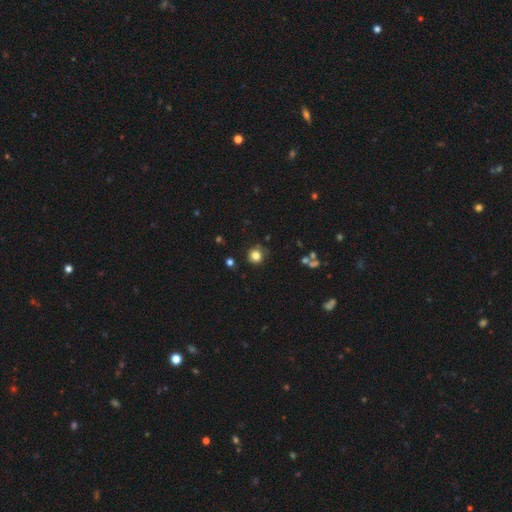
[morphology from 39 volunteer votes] This appears to be a smooth galaxy with no disk features (90%) that is round (83%). Merging: none (68%).